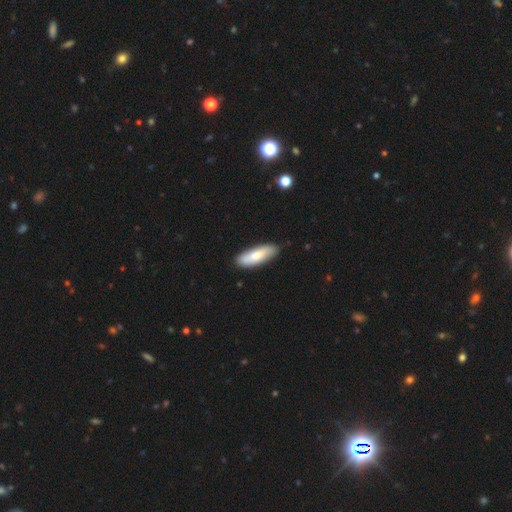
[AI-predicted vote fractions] A smooth galaxy with no disk features (74%) that is in between round and cigar-shaped (58%). Merging: none (85%).